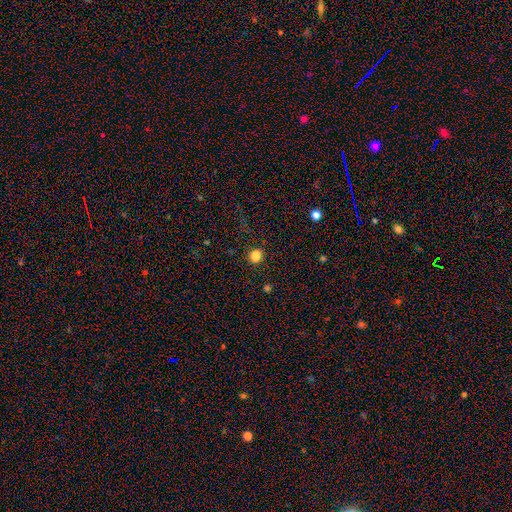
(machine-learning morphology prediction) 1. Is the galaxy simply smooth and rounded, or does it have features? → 83% smooth, 13% star or artifact, 4% featured or disk.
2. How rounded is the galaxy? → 62% round, 37% in between, 1% cigar-shaped.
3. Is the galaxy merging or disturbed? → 87% none, 8% minor disturbance, 3% major disturbance, 1% merger.